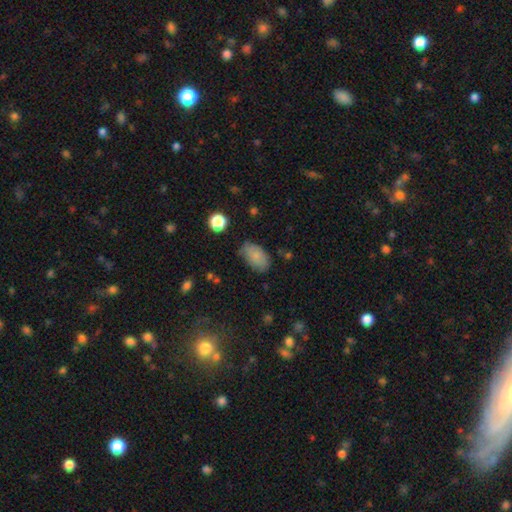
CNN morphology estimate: smooth 80%, featured or disk 11%, star or artifact 8%. Down the decision tree: how rounded — in between (92%); merging — none (67%).